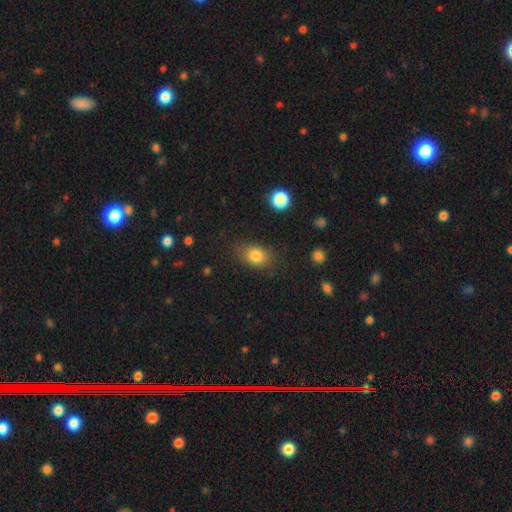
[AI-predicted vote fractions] Smooth or featured?
  - smooth: 82% *
  - star or artifact: 10%
  - featured or disk: 8%
How rounded?
  - in between: 65% *
  - round: 34%
  - cigar-shaped: 2%
Merging?
  - none: 76% *
  - minor disturbance: 17%
  - major disturbance: 5%
  - merger: 2%